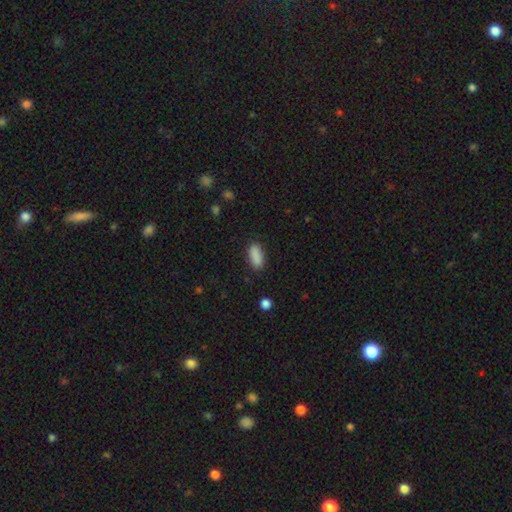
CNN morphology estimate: Smooth or featured: smooth — 89% (star or artifact — 7%)
How rounded: in between — 79% (cigar-shaped — 19%)
Merging: none — 85% (minor disturbance — 11%)